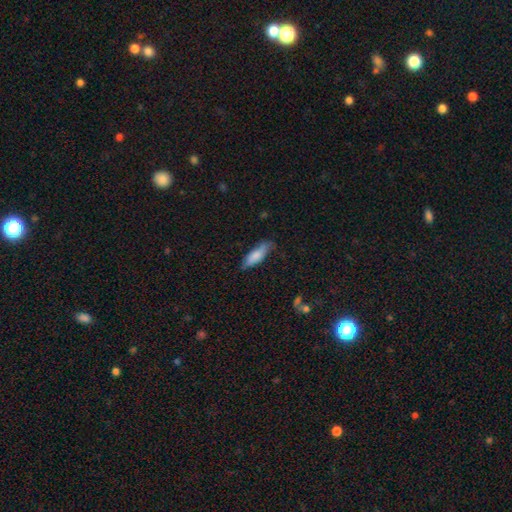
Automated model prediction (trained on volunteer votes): A smooth galaxy with no disk features (79%) that is in between round and cigar-shaped (56%).

Vote fractions:
- Smooth or featured? smooth: 79% / featured or disk: 15% / star or artifact: 6%
- How rounded? in between: 56% / cigar-shaped: 42% / round: 2%
- Merging? none: 73% / minor disturbance: 22% / major disturbance: 4% / merger: 1%